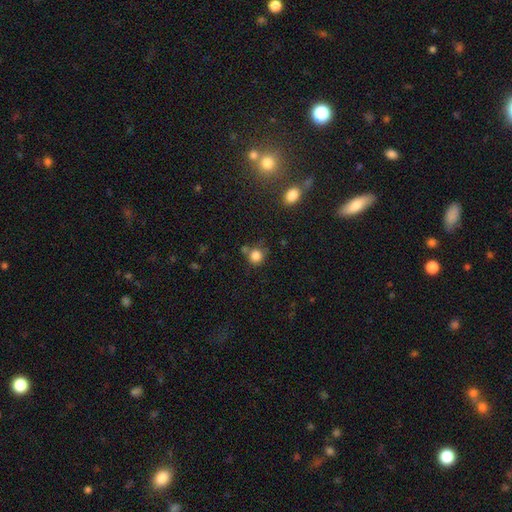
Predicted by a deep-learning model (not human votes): smooth_or_featured: smooth (p=0.83) [alt: star or artifact p=0.12]
how_rounded: round (p=0.89) [alt: in between p=0.10]
merging: none (p=0.69) [alt: minor disturbance p=0.14]